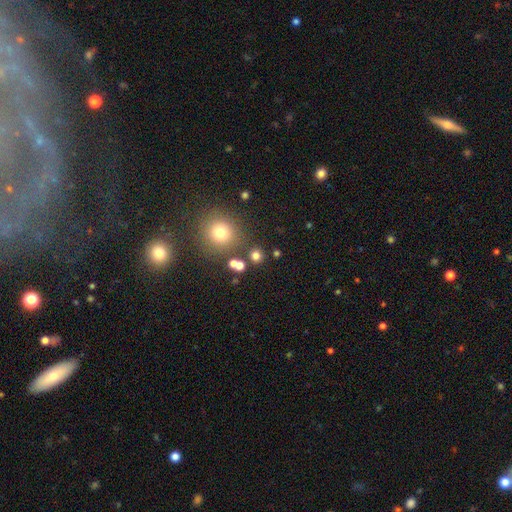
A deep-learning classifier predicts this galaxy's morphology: Overall: smooth (72%). How rounded: round (91%). Merging: none (80%).